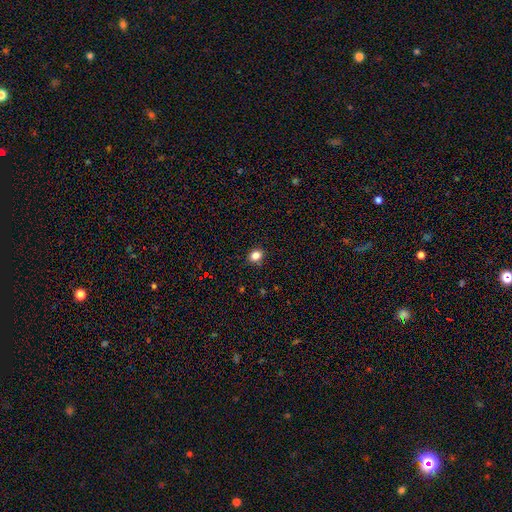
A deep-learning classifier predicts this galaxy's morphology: Q: Smooth or featured?
A: smooth (83%); runner-up: star or artifact (12%)
Q: How rounded?
A: round (65%); runner-up: in between (34%)
Q: Merging?
A: none (89%); runner-up: minor disturbance (8%)